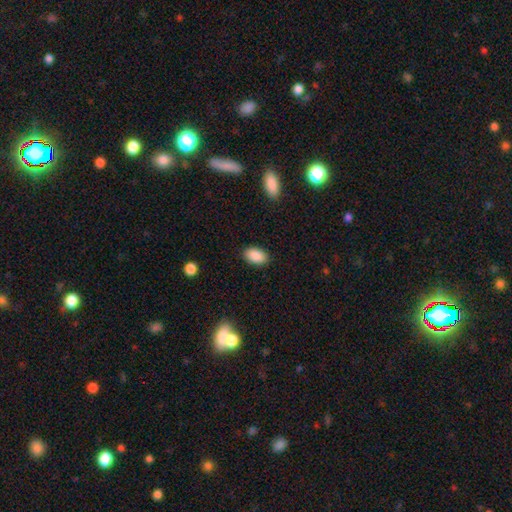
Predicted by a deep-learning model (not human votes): Morphology: type=smooth (89%); roundness=in between (92%); merging=none (88%).